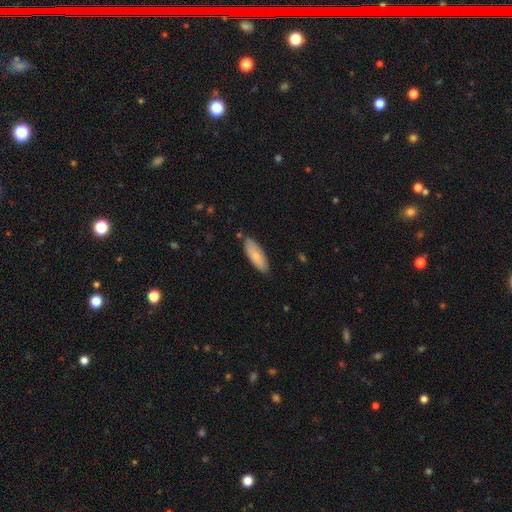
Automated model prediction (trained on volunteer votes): This appears to be a smooth galaxy with no disk features (79%) that is in between round and cigar-shaped (69%). Merging: none (81%).